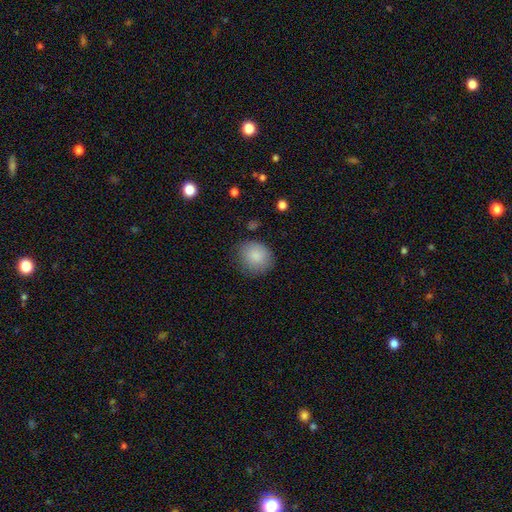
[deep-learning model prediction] The model was most divided on "how rounded": round: 76%, in between: 23%, cigar-shaped: 1%. More confident: smooth or featured — smooth (87%); merging — none (78%).